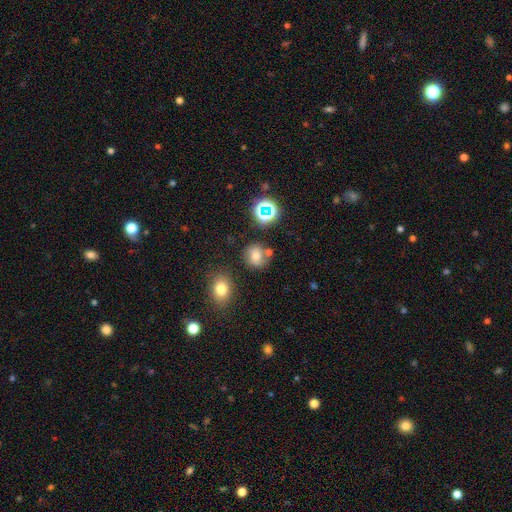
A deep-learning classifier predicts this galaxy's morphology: The model was most divided on "smooth or featured": smooth: 65%, star or artifact: 20%, featured or disk: 15%. More confident: how rounded — round (79%); merging — none (72%).